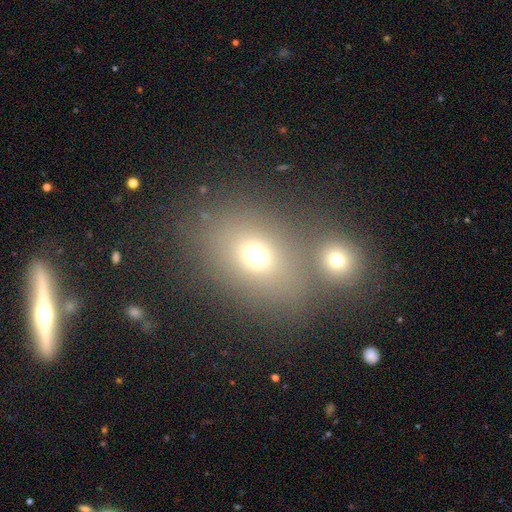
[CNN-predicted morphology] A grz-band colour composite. It shows a smooth galaxy with no disk features (68%) that is in between round and cigar-shaped (56%). Merging: none (49%).